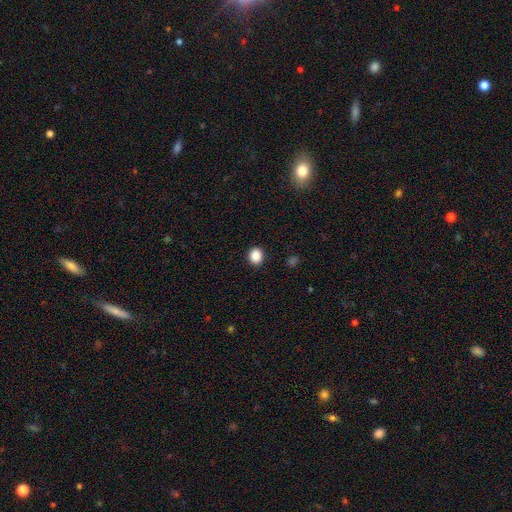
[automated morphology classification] A smooth galaxy with no disk features (88%) that is round (75%). Merging: none (91%).